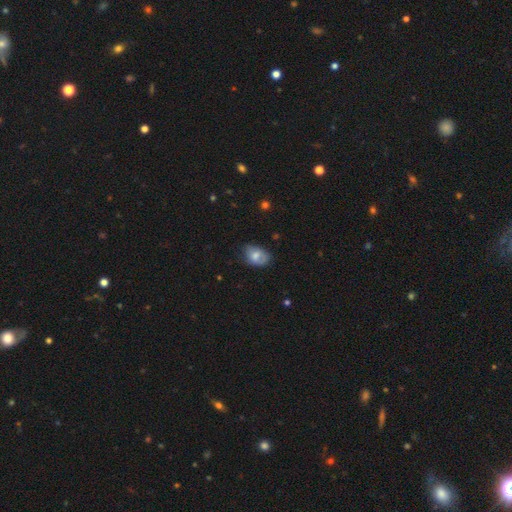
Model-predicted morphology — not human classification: A smooth galaxy with no disk features (69%) that is in between round and cigar-shaped (77%).

Vote fractions:
- Smooth or featured? smooth: 69% / featured or disk: 23% / star or artifact: 8%
- How rounded? in between: 77% / round: 22% / cigar-shaped: 1%
- Merging? none: 53% / minor disturbance: 34% / major disturbance: 11% / merger: 2%